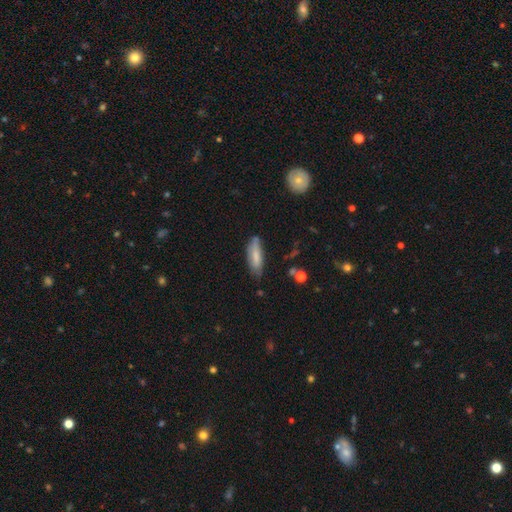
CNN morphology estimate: Smooth or featured? Predicted: smooth (p=0.73). How rounded? Predicted: in between (p=0.54). Merging? Predicted: none (p=0.64).